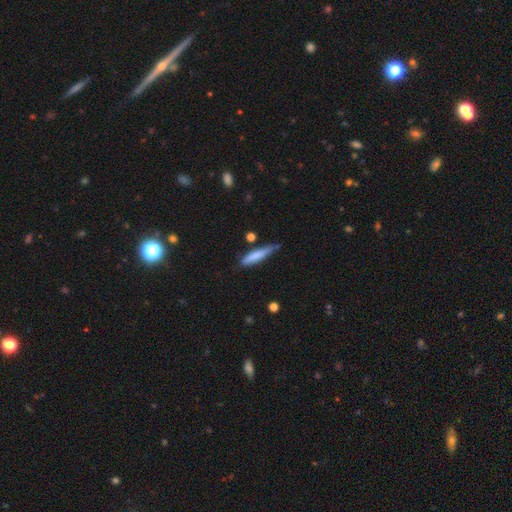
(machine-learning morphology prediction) A smooth galaxy with no disk features (75%) that is cigar-shaped (85%). Merging: none (67%).